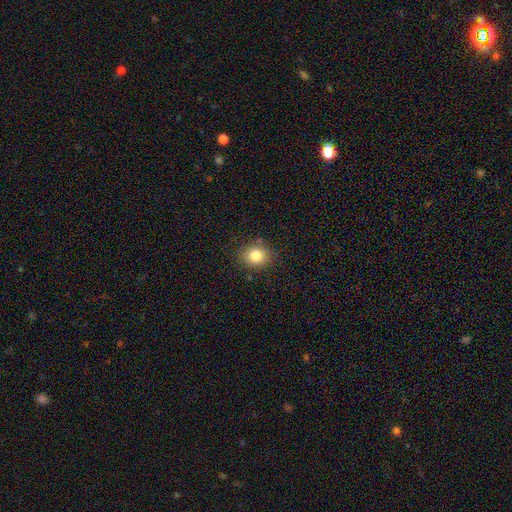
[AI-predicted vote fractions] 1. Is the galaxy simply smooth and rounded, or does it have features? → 82% smooth, 11% star or artifact, 7% featured or disk.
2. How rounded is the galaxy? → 68% round, 31% in between, 1% cigar-shaped.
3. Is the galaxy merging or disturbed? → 84% none, 11% minor disturbance, 3% major disturbance, 2% merger.